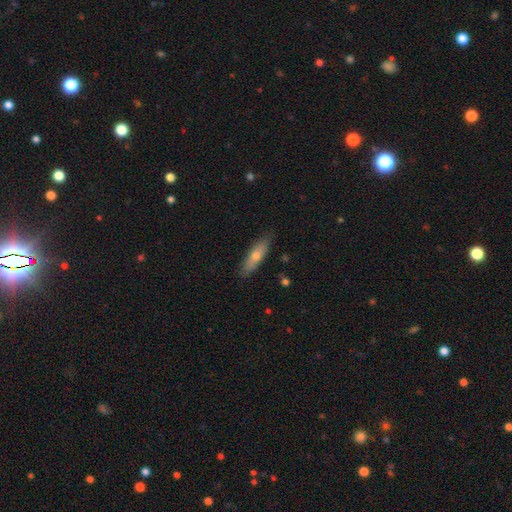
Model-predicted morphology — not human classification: This is possibly a smooth galaxy (60%). How rounded: likely cigar-shaped (65%). Merging: clearly none (85%).